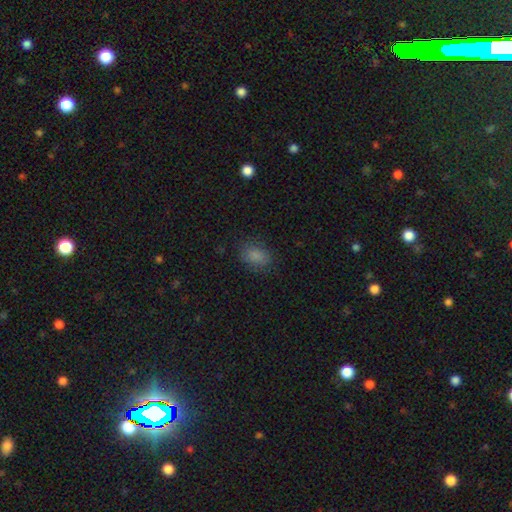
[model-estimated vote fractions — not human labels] Morphology: type=smooth (84%); roundness=in between (79%); merging=none (80%).